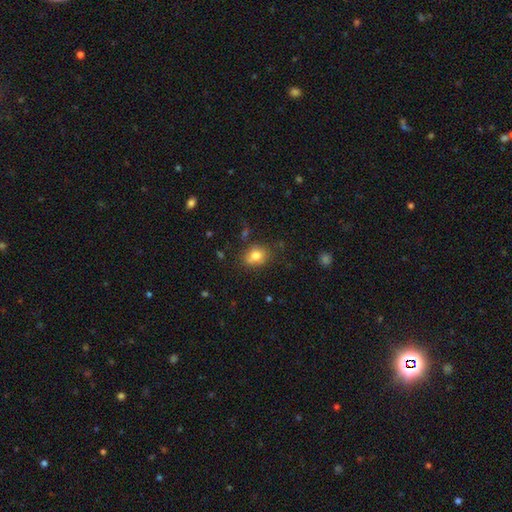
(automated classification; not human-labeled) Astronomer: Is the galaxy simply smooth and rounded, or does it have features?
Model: smooth — 77%.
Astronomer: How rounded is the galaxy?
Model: round — 54% (runner-up: in between, 45%).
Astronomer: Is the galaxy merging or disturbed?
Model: none — 68%.